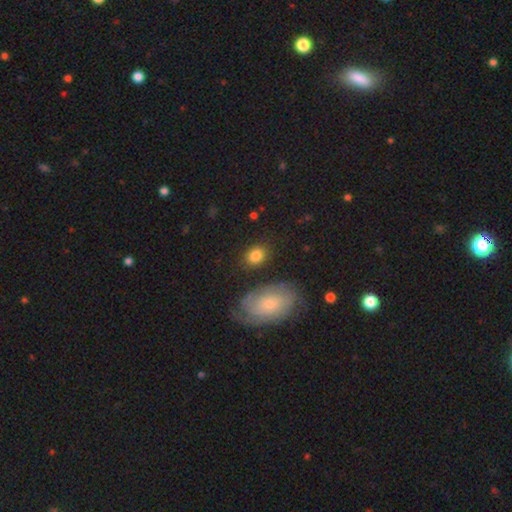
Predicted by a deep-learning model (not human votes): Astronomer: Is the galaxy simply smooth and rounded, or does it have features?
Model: smooth — 81%.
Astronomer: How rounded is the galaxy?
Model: in between — 59% (runner-up: round, 39%).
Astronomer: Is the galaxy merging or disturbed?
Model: none — 79%.